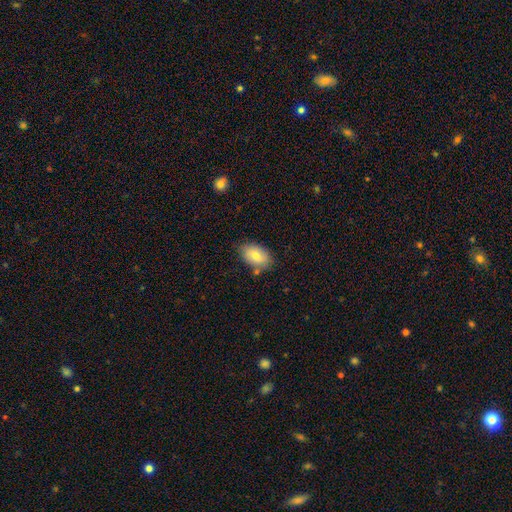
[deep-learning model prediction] smooth 74%, featured or disk 19%, star or artifact 7%. Down the decision tree: how rounded — in between (91%); merging — none (75%).